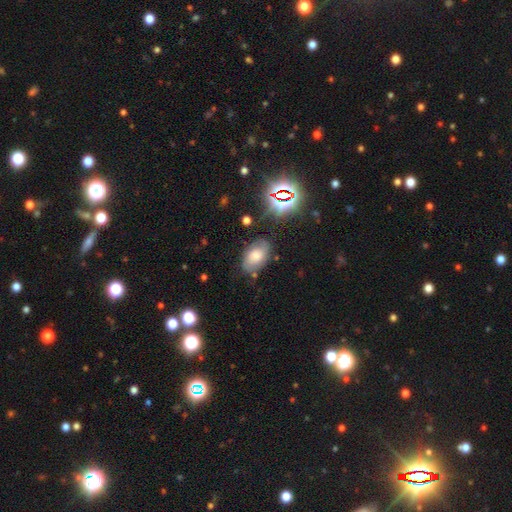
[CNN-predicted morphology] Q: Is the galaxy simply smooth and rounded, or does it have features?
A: smooth — 54%.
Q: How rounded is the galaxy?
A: in between — 89%.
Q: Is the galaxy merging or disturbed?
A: none — 69%.